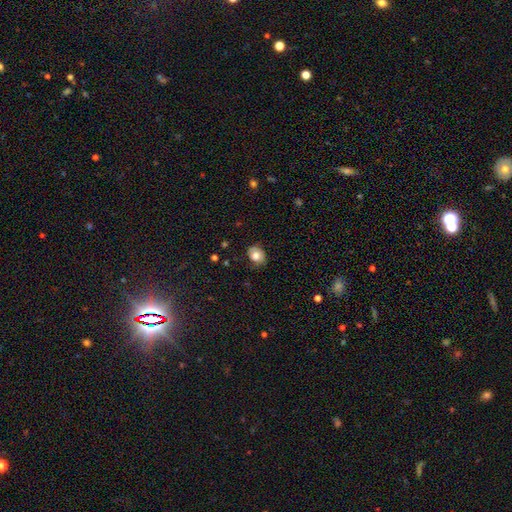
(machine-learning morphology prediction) Smooth or featured? smooth (77%)
How rounded? in between (56%)
Merging? none (76%)